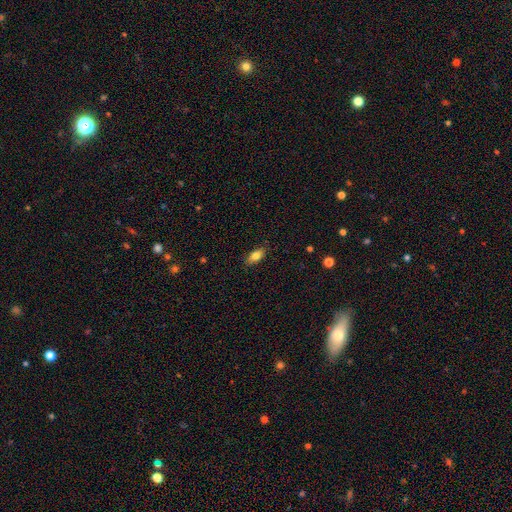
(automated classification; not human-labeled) This appears to be a smooth galaxy with no disk features (82%) that is in between round and cigar-shaped (87%). Merging: none (86%).